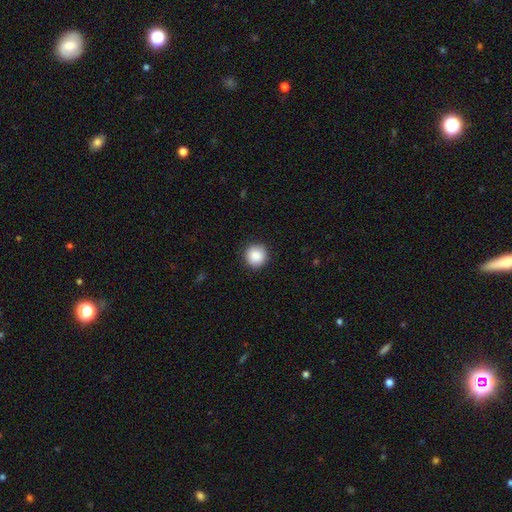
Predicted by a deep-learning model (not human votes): smooth 89%, star or artifact 8%, featured or disk 3%. Down the decision tree: how rounded — round (95%); merging — none (91%).